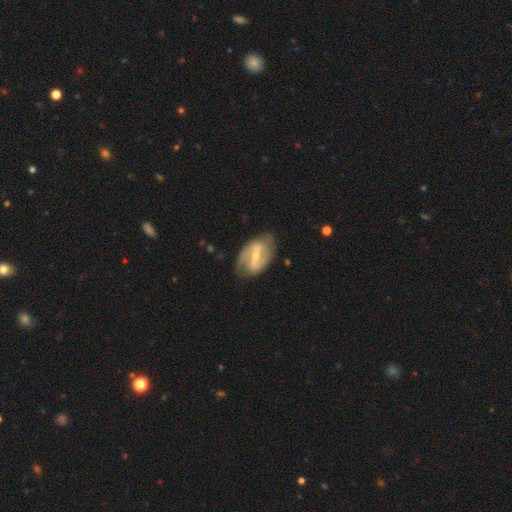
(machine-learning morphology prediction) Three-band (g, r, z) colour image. It shows a featured or disk galaxy (81%) with a strong bar (64%), 2 (85%) medium (45%) spiral arms (83%) and a small central bulge (58%). Merging: none (76%).